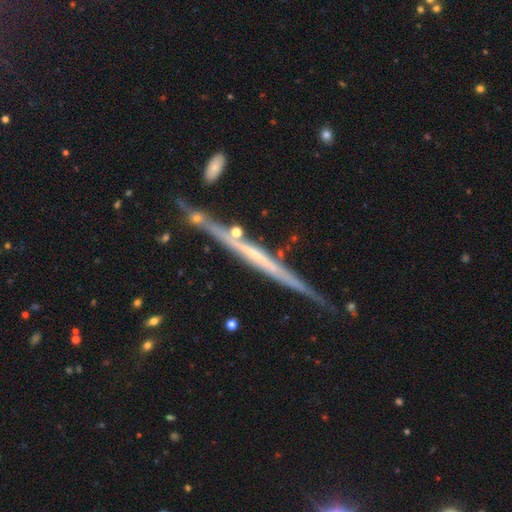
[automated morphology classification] type=featured or disk (76%); edge-on=yes (96%); edge-on bulge=none (78%); merging=none (77%).